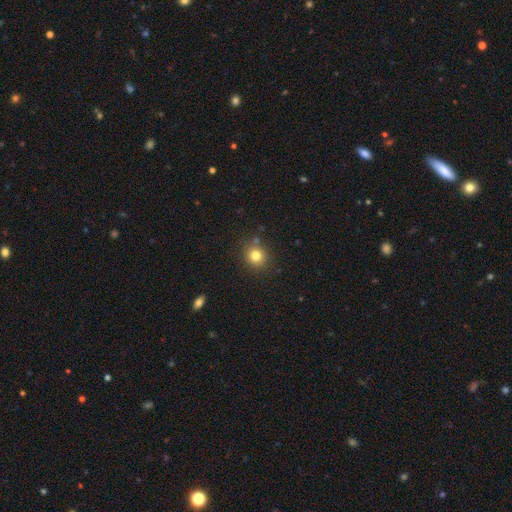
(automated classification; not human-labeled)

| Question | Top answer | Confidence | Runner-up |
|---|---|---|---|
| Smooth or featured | smooth | 81% | star or artifact (13%) |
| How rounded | round | 87% | in between (12%) |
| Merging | none | 82% | minor disturbance (10%) |